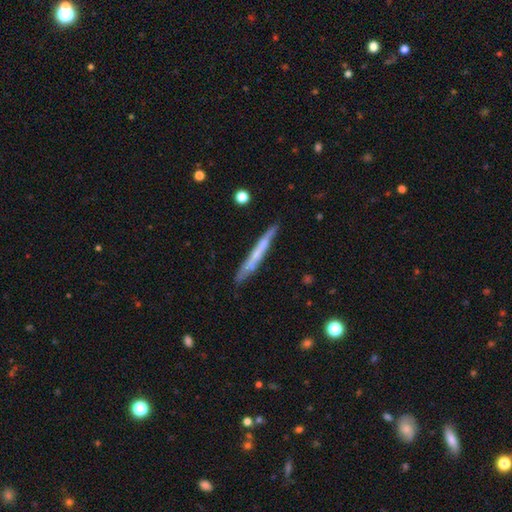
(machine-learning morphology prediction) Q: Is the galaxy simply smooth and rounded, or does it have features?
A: featured or disk — 47%.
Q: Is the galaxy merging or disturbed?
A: none — 80%.